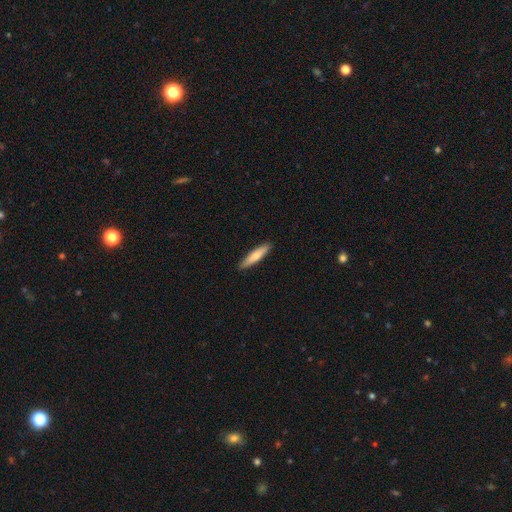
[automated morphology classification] Smooth or featured? Predicted: smooth (p=0.72). How rounded? Predicted: cigar-shaped (p=0.85). Merging? Predicted: none (p=0.91).